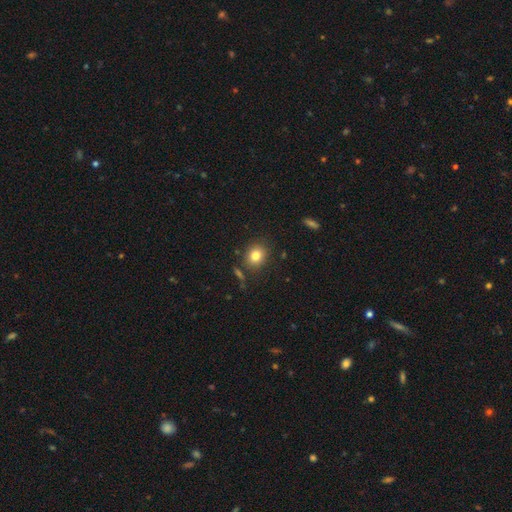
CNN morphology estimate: Smooth or featured: smooth — 81% (star or artifact — 11%)
How rounded: round — 67% (in between — 32%)
Merging: none — 83% (minor disturbance — 10%)